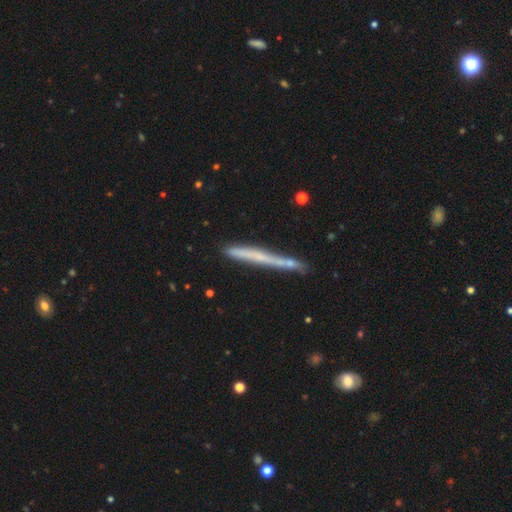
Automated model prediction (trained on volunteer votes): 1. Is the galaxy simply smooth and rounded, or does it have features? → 48% featured or disk, 44% smooth, 7% star or artifact.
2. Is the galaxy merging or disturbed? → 74% none, 15% minor disturbance, 7% merger, 3% major disturbance.